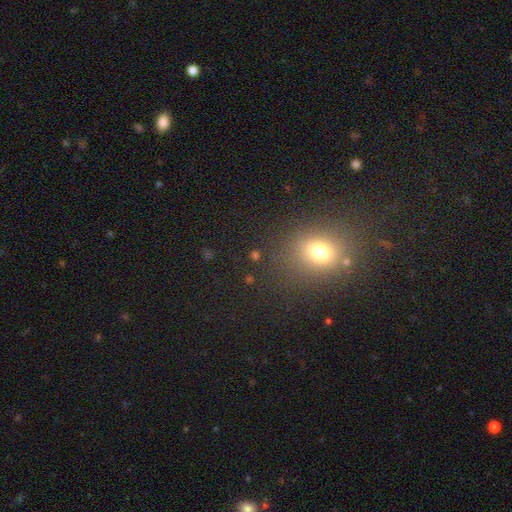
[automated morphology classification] Smooth or featured: smooth — 61% (star or artifact — 29%)
How rounded: round — 62% (in between — 35%)
Merging: none — 78% (minor disturbance — 10%)